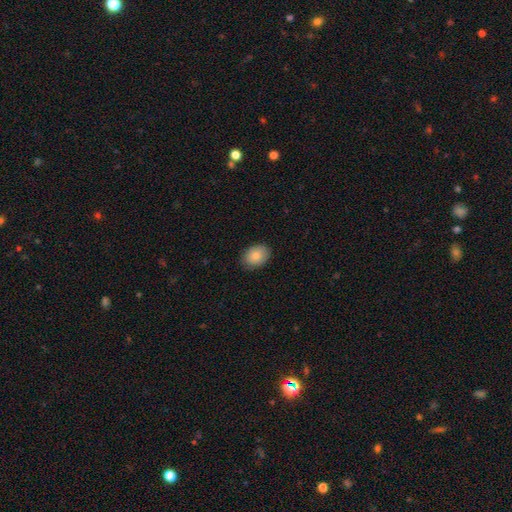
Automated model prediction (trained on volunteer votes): The model was most divided on "how rounded": in between: 70%, round: 29%, cigar-shaped: 1%. More confident: merging — none (87%); smooth or featured — smooth (84%).